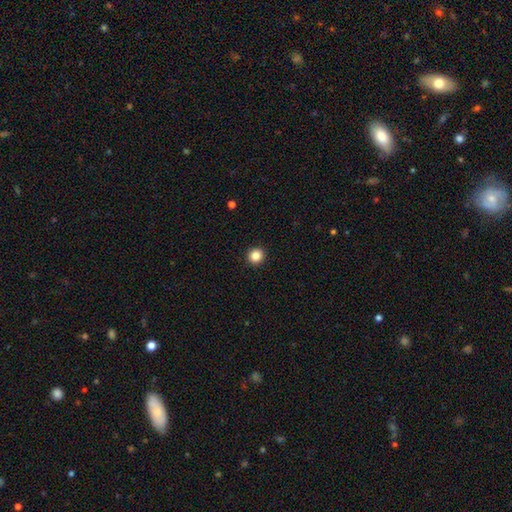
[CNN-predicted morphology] Smooth or featured? Predicted: smooth (p=0.85). How rounded? Predicted: round (p=0.92). Merging? Predicted: none (p=0.93).